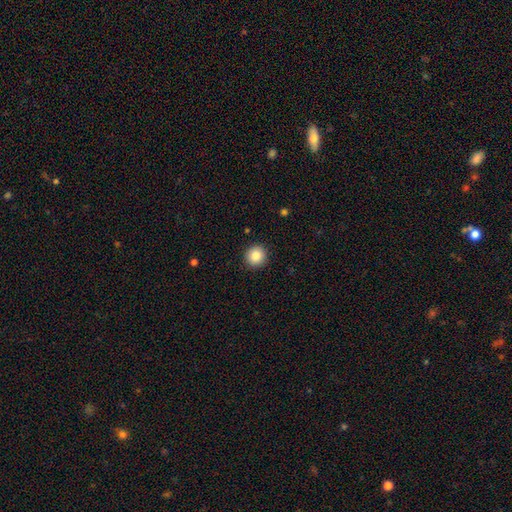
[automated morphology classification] smooth 86%, star or artifact 10%, featured or disk 5%. Down the decision tree: how rounded — round (95%); merging — none (93%).